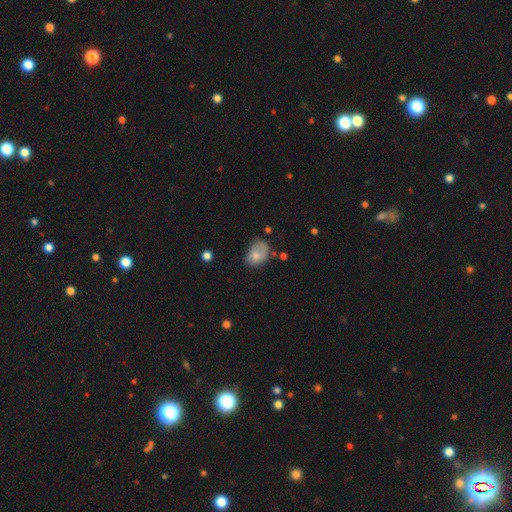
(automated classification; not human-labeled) A smooth galaxy with no disk features (70%) that is in between round and cigar-shaped (79%).

Vote fractions:
- Smooth or featured? smooth: 70% / featured or disk: 21% / star or artifact: 9%
- How rounded? in between: 79% / round: 20% / cigar-shaped: 1%
- Merging? minor disturbance: 33% / none: 32% / major disturbance: 27% / merger: 7%